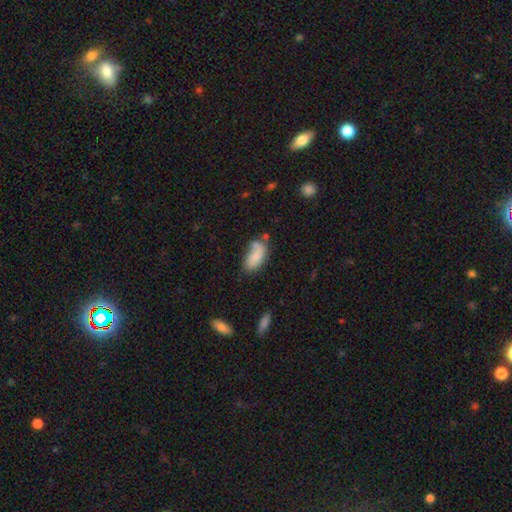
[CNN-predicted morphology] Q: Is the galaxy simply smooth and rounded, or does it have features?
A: smooth — 77%.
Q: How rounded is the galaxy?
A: in between — 90%.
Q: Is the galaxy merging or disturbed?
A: none — 44%.